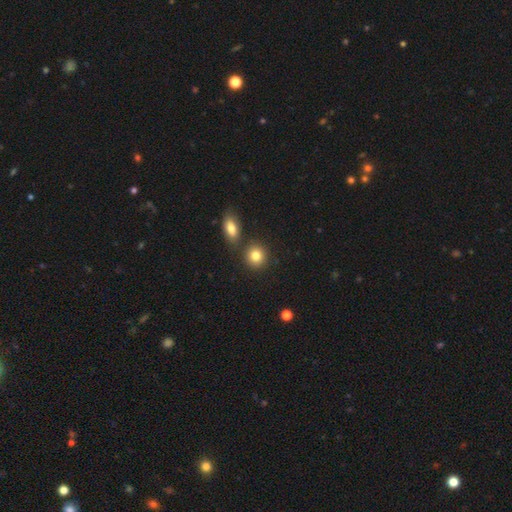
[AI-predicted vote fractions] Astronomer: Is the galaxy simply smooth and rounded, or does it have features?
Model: smooth — 83%.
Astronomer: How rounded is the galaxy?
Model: round — 81%.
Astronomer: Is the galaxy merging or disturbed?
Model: none — 77%.